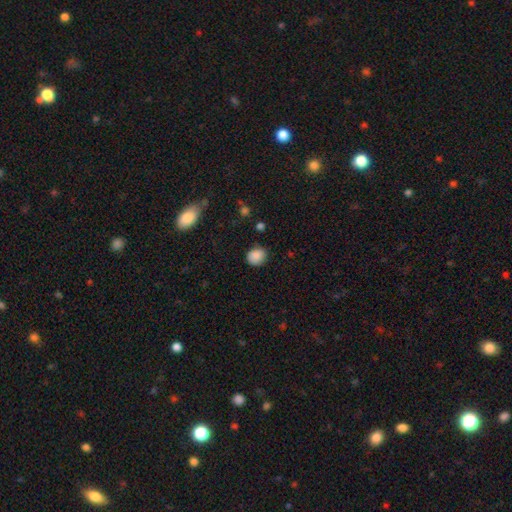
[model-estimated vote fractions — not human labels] Smooth or featured: smooth — 87% (star or artifact — 9%)
How rounded: round — 74% (in between — 25%)
Merging: none — 80% (minor disturbance — 15%)